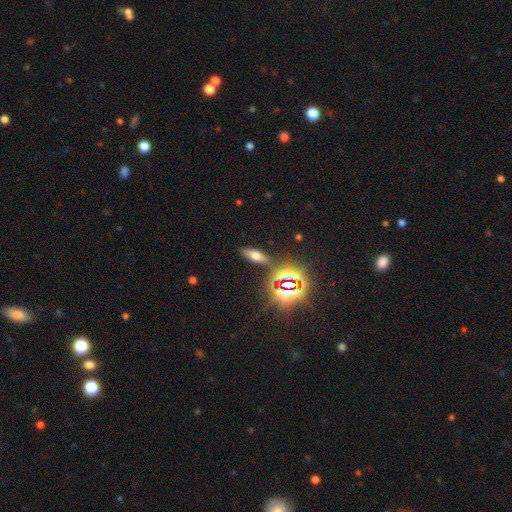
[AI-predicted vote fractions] This is possibly a smooth galaxy (47%). Merging: clearly none (82%).